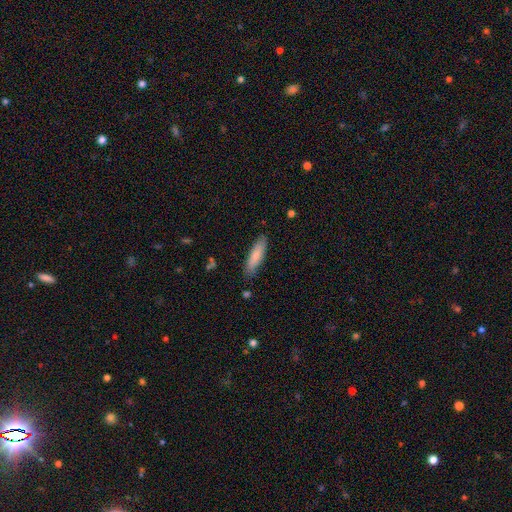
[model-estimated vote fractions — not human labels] Smooth or featured?
  - smooth: 80% *
  - featured or disk: 14%
  - star or artifact: 6%
How rounded?
  - cigar-shaped: 65% *
  - in between: 34%
  - round: 1%
Merging?
  - none: 84% *
  - minor disturbance: 12%
  - major disturbance: 2%
  - merger: 2%